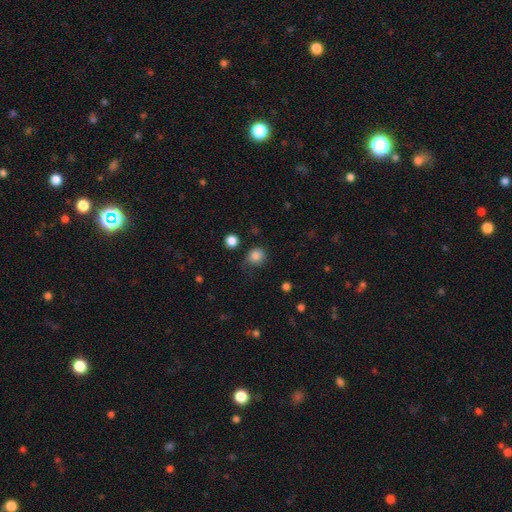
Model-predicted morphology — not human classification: Smooth or featured? smooth (84%)
How rounded? round (84%)
Merging? none (68%)